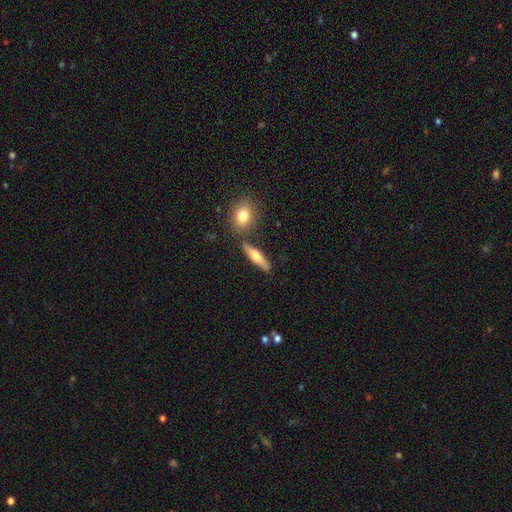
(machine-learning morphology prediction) A smooth galaxy with no disk features (56%) that is cigar-shaped (66%).

Vote fractions:
- Smooth or featured? smooth: 56% / featured or disk: 37% / star or artifact: 7%
- How rounded? cigar-shaped: 66% / in between: 30% / round: 4%
- Merging? none: 75% / minor disturbance: 12% / merger: 10% / major disturbance: 3%